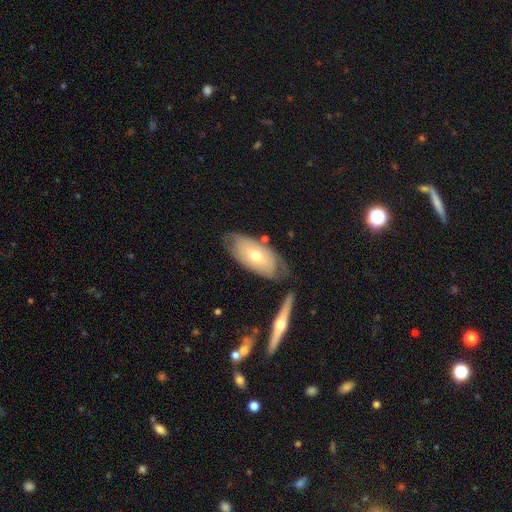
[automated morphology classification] This is possibly a smooth galaxy (49%). Merging: likely none (63%).